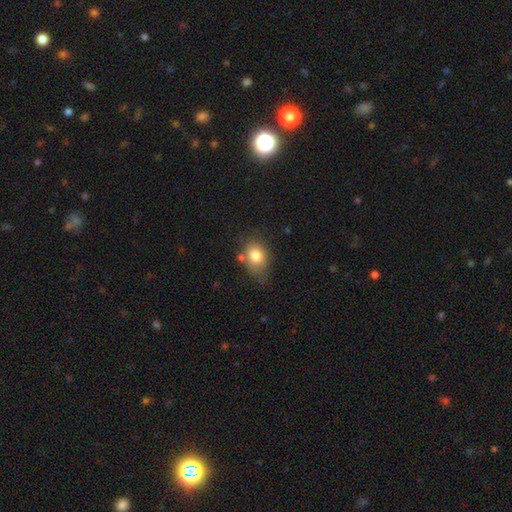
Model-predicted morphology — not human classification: Smooth or featured?
  - smooth: 79% *
  - featured or disk: 12%
  - star or artifact: 9%
How rounded?
  - in between: 67% *
  - round: 32%
  - cigar-shaped: 1%
Merging?
  - none: 58% *
  - minor disturbance: 26%
  - merger: 9%
  - major disturbance: 7%